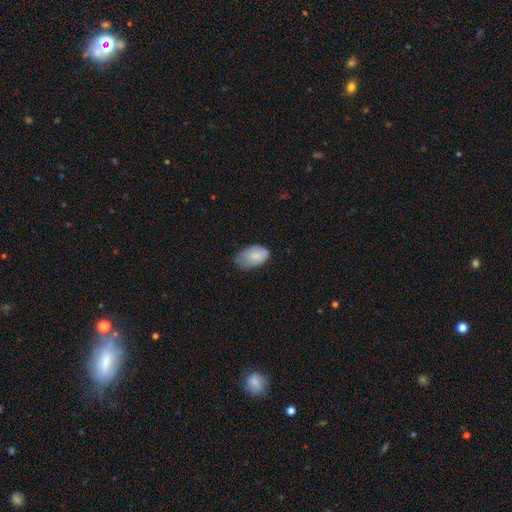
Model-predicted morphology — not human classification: Smooth or featured: smooth — 82% (featured or disk — 11%)
How rounded: in between — 93% (round — 6%)
Merging: none — 49% (minor disturbance — 40%)